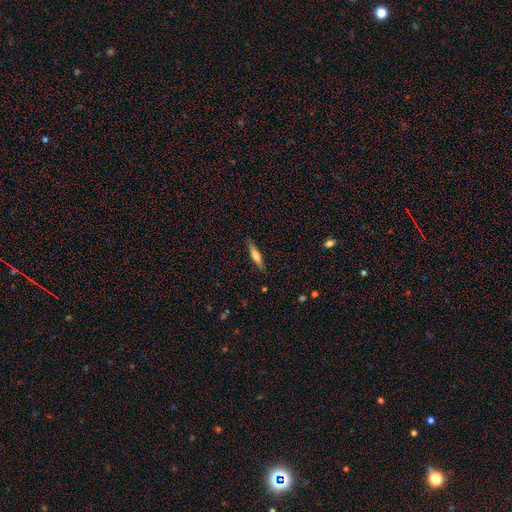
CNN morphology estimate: A smooth galaxy with no disk features (64%) that is cigar-shaped (80%).

Vote fractions:
- Smooth or featured? smooth: 64% / featured or disk: 30% / star or artifact: 6%
- How rounded? cigar-shaped: 80% / in between: 18% / round: 2%
- Merging? none: 85% / minor disturbance: 11% / major disturbance: 2% / merger: 1%